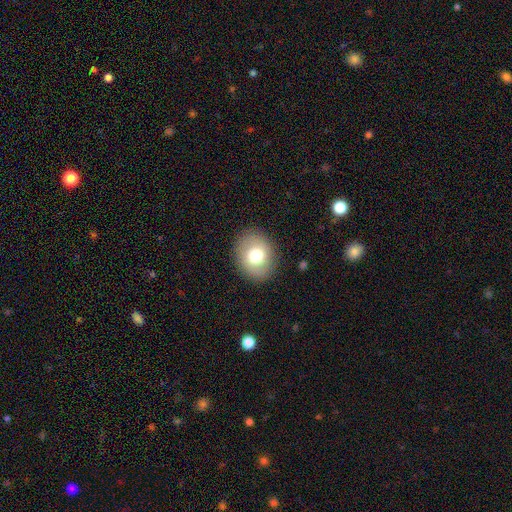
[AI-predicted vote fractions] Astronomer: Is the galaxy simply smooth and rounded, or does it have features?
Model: smooth — 72%.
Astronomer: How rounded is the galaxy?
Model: round — 57% (runner-up: in between, 42%).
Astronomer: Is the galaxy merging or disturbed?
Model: none — 88%.